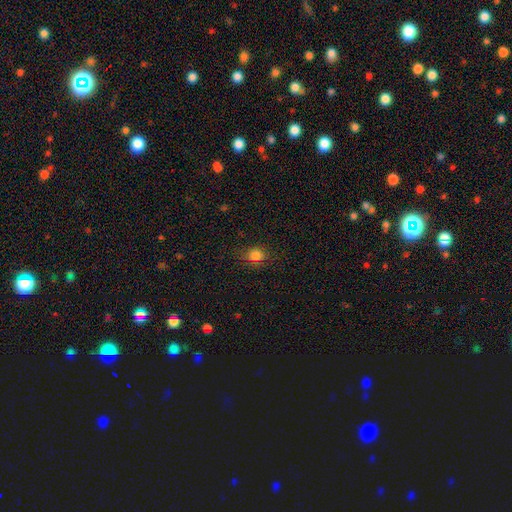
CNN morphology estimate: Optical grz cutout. It shows a smooth galaxy with no disk features (80%) that is round (73%). Merging: none (79%).